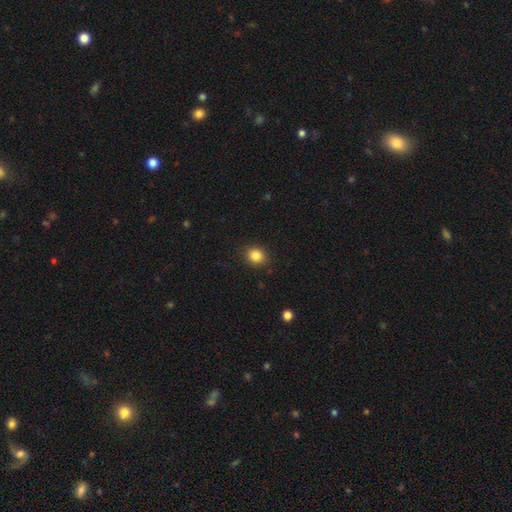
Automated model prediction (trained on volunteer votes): Smooth or featured? Predicted: smooth (p=0.85). How rounded? Predicted: round (p=0.74). Merging? Predicted: none (p=0.89).